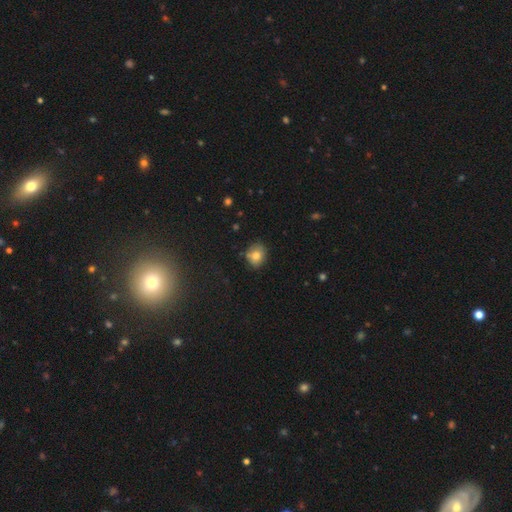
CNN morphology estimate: A smooth galaxy with no disk features (79%) that is round (63%).

Vote fractions:
- Smooth or featured? smooth: 79% / featured or disk: 11% / star or artifact: 10%
- How rounded? round: 63% / in between: 36% / cigar-shaped: 1%
- Merging? none: 74% / minor disturbance: 20% / major disturbance: 4% / merger: 2%